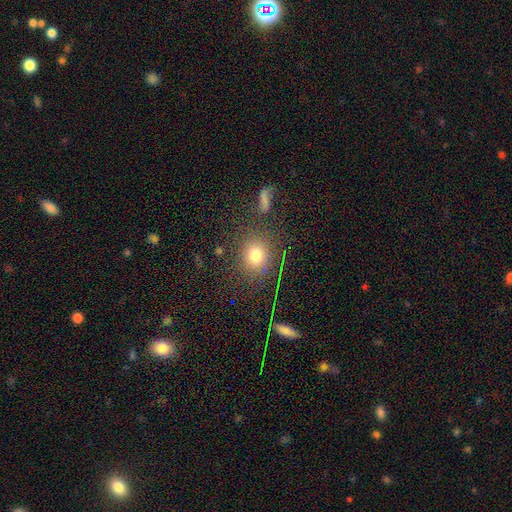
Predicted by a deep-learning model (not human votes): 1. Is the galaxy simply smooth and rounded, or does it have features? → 73% smooth, 18% star or artifact, 9% featured or disk.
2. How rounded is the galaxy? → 73% round, 26% in between, 2% cigar-shaped.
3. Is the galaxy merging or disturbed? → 81% none, 10% minor disturbance, 5% major disturbance, 4% merger.